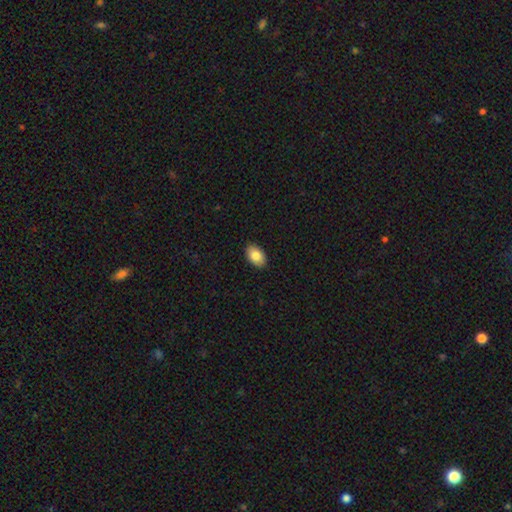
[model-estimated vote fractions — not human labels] This appears to be a smooth galaxy with no disk features (84%) that is in between round and cigar-shaped (91%). Merging: none (90%).